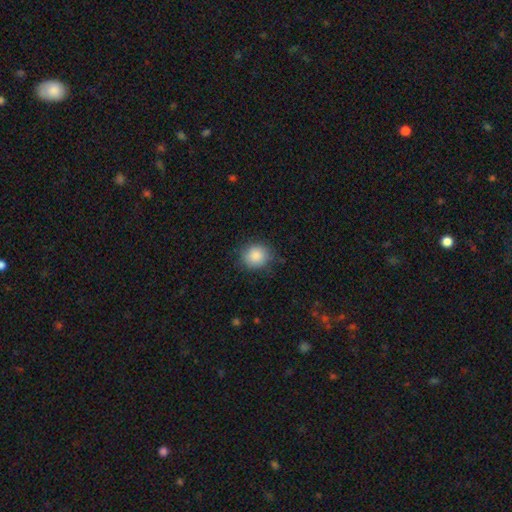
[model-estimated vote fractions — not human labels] Q: Smooth or featured?
A: smooth (87%); runner-up: star or artifact (9%)
Q: How rounded?
A: round (83%); runner-up: in between (16%)
Q: Merging?
A: none (80%); runner-up: minor disturbance (15%)